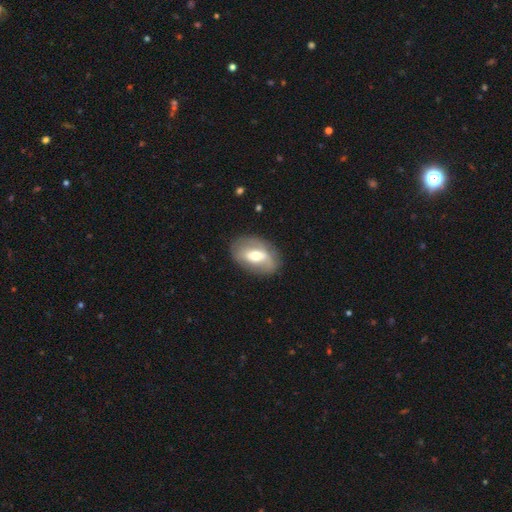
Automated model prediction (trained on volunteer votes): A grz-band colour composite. It shows a featured or disk galaxy (51%). Merging: none (77%).